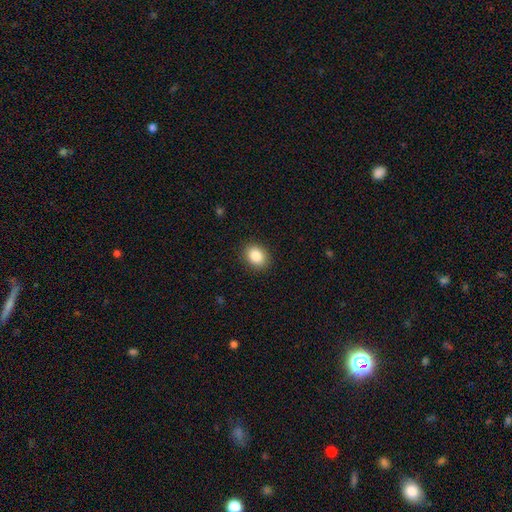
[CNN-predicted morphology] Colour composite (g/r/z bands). It shows a smooth galaxy with no disk features (86%) that is in between round and cigar-shaped (59%). Merging: none (89%).